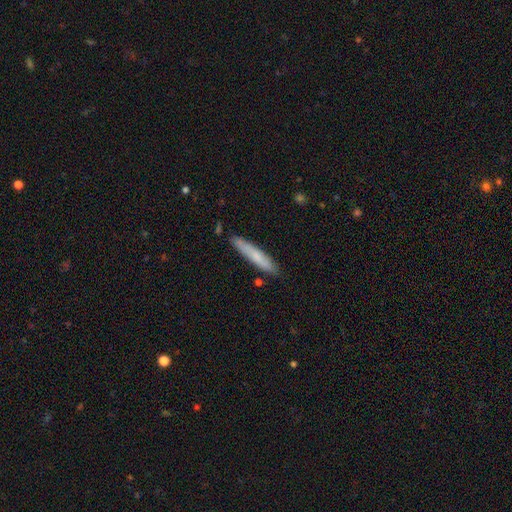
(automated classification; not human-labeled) A smooth galaxy with no disk features (68%) that is cigar-shaped (92%).

Vote fractions:
- Smooth or featured? smooth: 68% / featured or disk: 26% / star or artifact: 6%
- How rounded? cigar-shaped: 92% / in between: 7% / round: 1%
- Merging? none: 83% / minor disturbance: 13% / merger: 2% / major disturbance: 2%